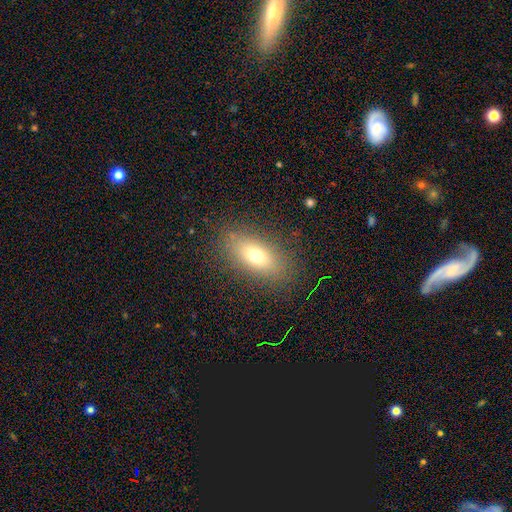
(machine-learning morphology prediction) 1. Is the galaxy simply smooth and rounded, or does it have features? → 69% smooth, 19% featured or disk, 12% star or artifact.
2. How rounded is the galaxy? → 81% in between, 11% cigar-shaped, 8% round.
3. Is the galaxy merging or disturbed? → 84% none, 10% minor disturbance, 4% major disturbance, 1% merger.